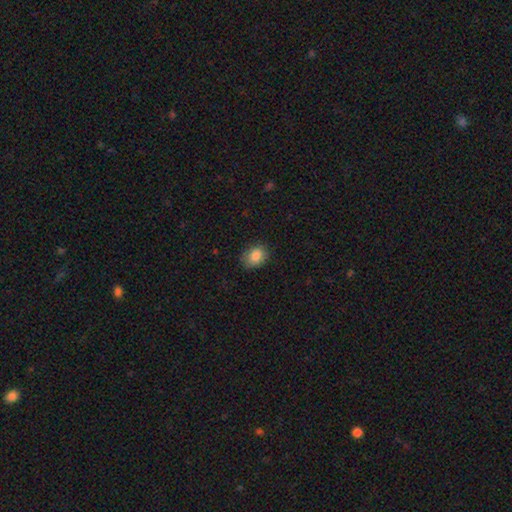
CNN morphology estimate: The model was most divided on "how rounded": in between: 59%, round: 40%, cigar-shaped: 1%. More confident: smooth or featured — smooth (85%); merging — none (80%).